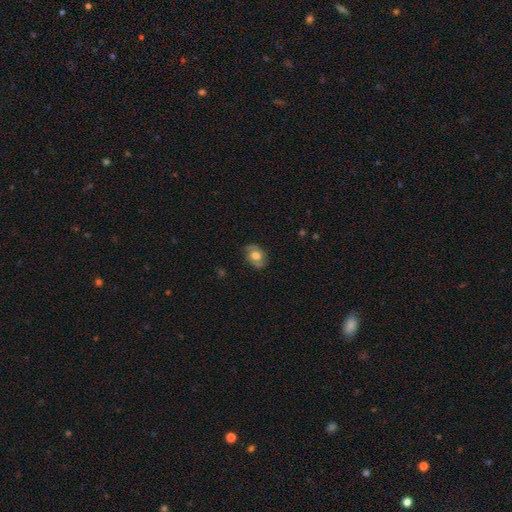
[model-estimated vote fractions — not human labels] Smooth or featured? smooth (53%)
How rounded? in between (71%)
Merging? none (78%)